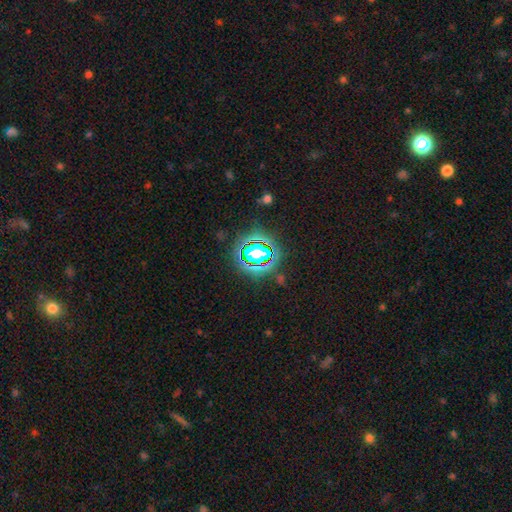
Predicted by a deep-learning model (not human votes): Overall: star or artifact (77%).